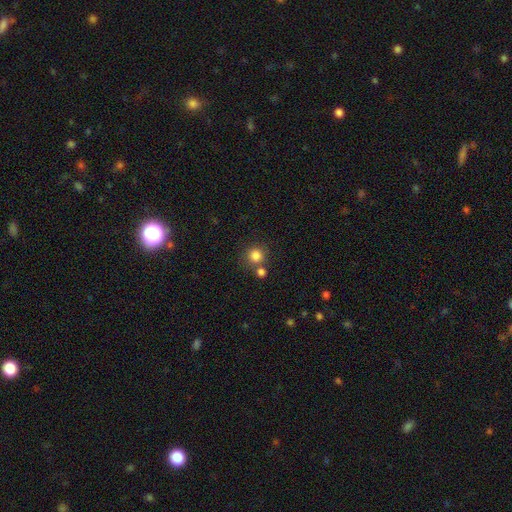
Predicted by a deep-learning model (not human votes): Smooth or featured?
  - smooth: 83% *
  - star or artifact: 12%
  - featured or disk: 5%
How rounded?
  - round: 92% *
  - in between: 7%
  - cigar-shaped: 1%
Merging?
  - none: 69% *
  - merger: 18%
  - minor disturbance: 9%
  - major disturbance: 4%